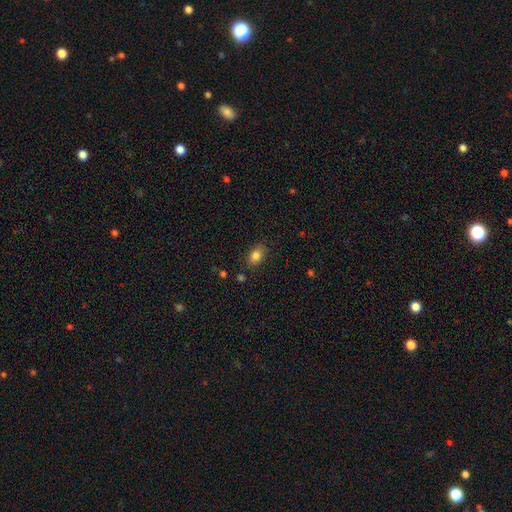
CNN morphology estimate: Overall: smooth (84%). How rounded: in between (77%). Merging: none (81%).